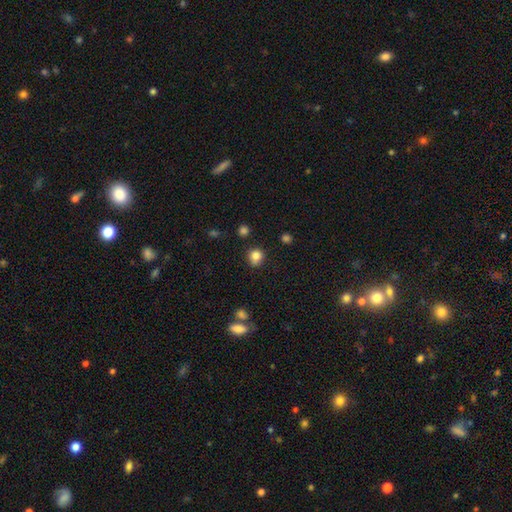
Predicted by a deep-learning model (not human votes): A smooth galaxy with no disk features (83%) that is round (79%). Merging: none (79%).